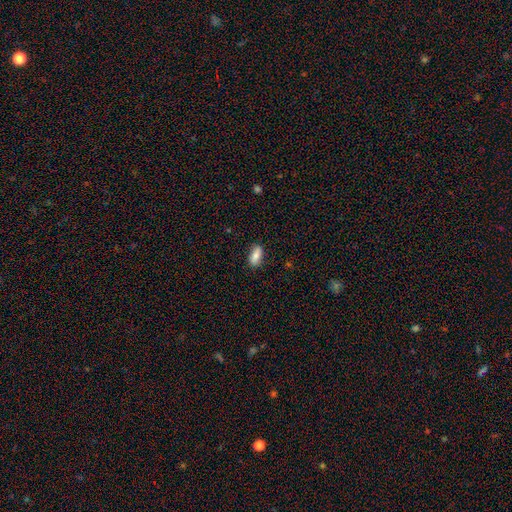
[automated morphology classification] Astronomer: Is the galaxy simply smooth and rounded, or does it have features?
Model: smooth — 82%.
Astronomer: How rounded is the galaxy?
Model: in between — 84%.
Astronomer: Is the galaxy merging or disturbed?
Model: none — 83%.